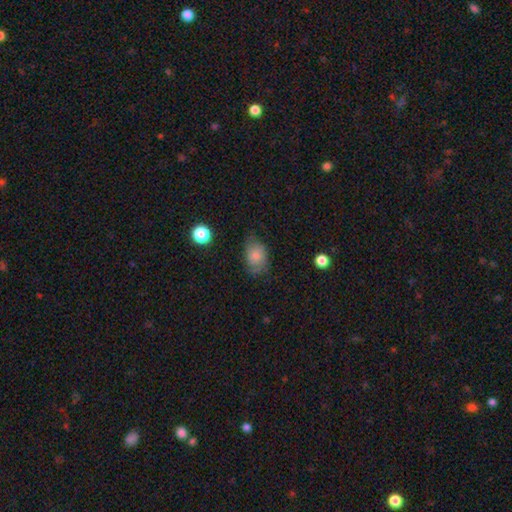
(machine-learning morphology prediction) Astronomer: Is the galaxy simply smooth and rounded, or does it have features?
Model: smooth — 72%.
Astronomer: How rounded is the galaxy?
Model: in between — 75%.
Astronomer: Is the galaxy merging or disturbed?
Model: none — 59%.